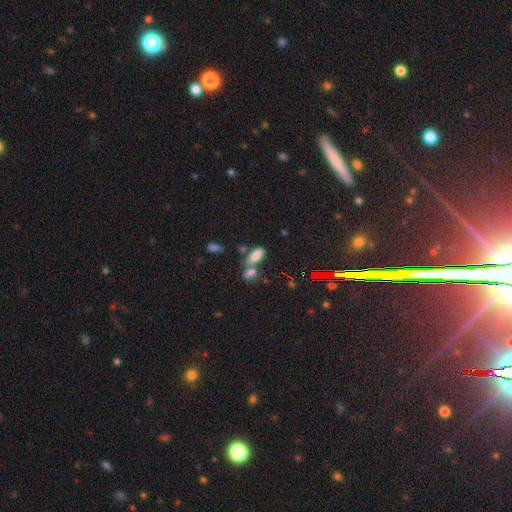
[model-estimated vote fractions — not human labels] Q: Smooth or featured?
A: smooth (76%); runner-up: star or artifact (14%)
Q: How rounded?
A: in between (76%); runner-up: cigar-shaped (20%)
Q: Merging?
A: none (43%); runner-up: merger (40%)